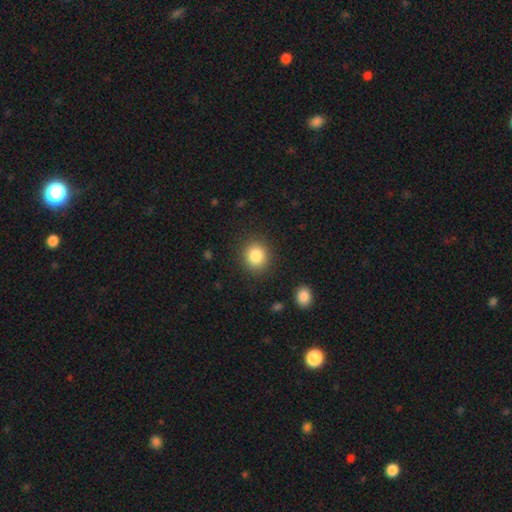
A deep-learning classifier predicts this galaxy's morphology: smooth_or_featured: smooth (p=0.84) [alt: star or artifact p=0.10]
how_rounded: round (p=0.81) [alt: in between p=0.18]
merging: none (p=0.88) [alt: minor disturbance p=0.08]